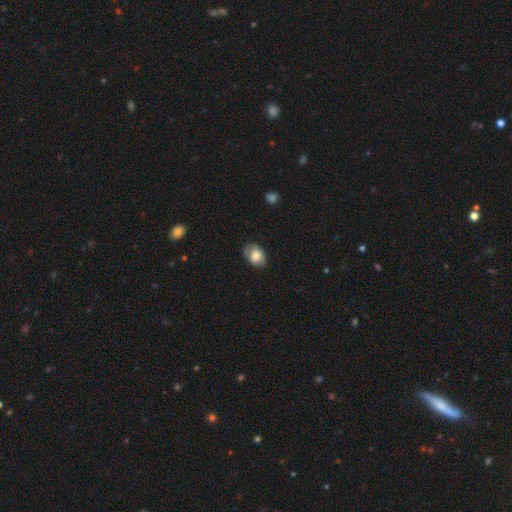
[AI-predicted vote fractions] smooth 72%, featured or disk 21%, star or artifact 8%. Down the decision tree: how rounded — in between (76%); merging — none (73%).